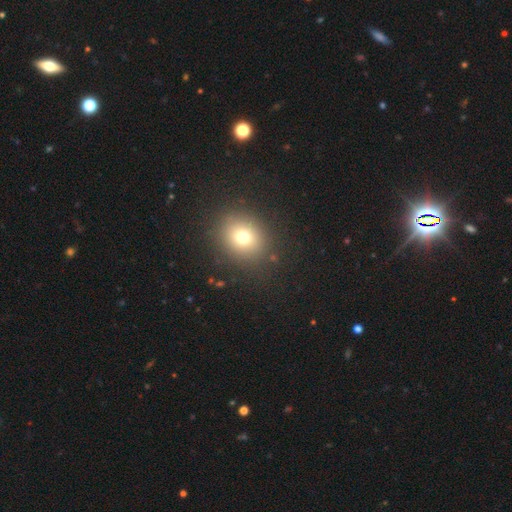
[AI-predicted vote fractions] Smooth or featured: smooth — 61% (star or artifact — 30%)
How rounded: round — 73% (in between — 26%)
Merging: none — 90% (minor disturbance — 6%)